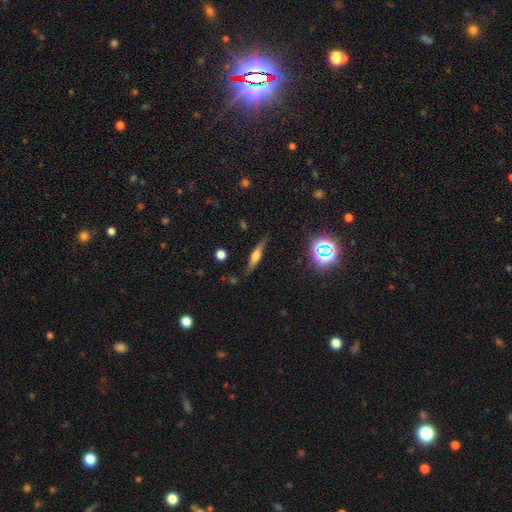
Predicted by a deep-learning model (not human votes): Morphology: type=featured or disk (56%); edge-on=yes (93%); edge-on bulge=rounded (76%); merging=none (81%).